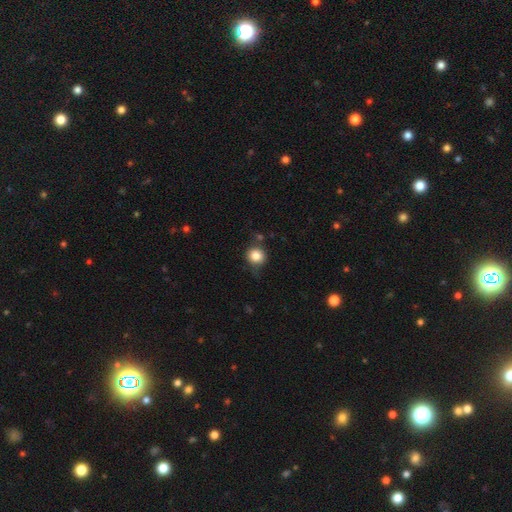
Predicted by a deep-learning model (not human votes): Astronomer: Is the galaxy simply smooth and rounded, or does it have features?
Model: smooth — 82%.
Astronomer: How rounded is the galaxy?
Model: round — 88%.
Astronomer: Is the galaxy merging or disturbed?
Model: none — 73%.